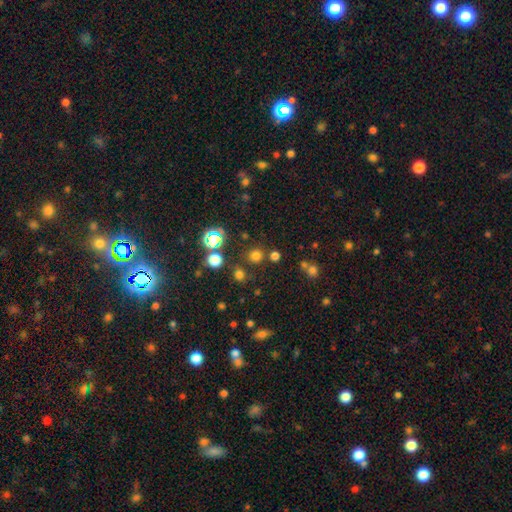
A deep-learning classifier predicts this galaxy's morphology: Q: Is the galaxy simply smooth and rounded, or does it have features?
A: smooth — 69%.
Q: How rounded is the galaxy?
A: round — 91%.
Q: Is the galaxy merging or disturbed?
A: none — 82%.